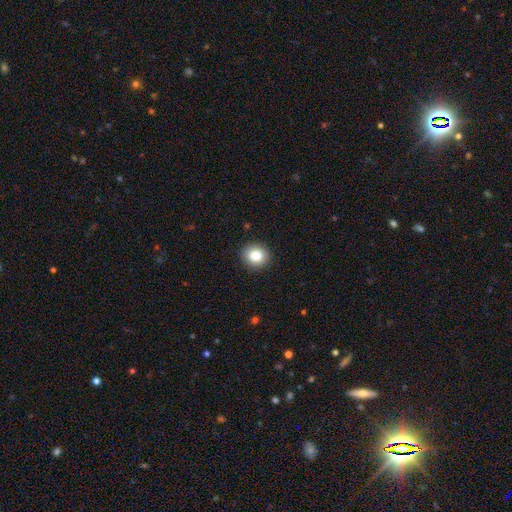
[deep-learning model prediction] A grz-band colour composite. It shows a smooth galaxy with no disk features (85%) that is round (75%). Merging: none (90%).